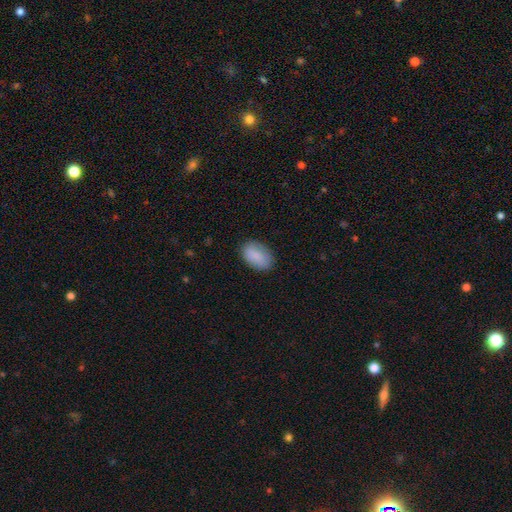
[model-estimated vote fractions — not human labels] A smooth galaxy with no disk features (87%) that is in between round and cigar-shaped (88%). Merging: none (83%).